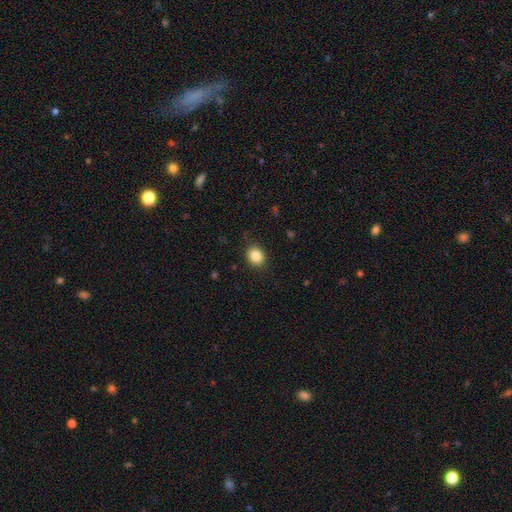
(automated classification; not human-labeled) Smooth or featured? smooth (87%)
How rounded? round (52%)
Merging? none (87%)